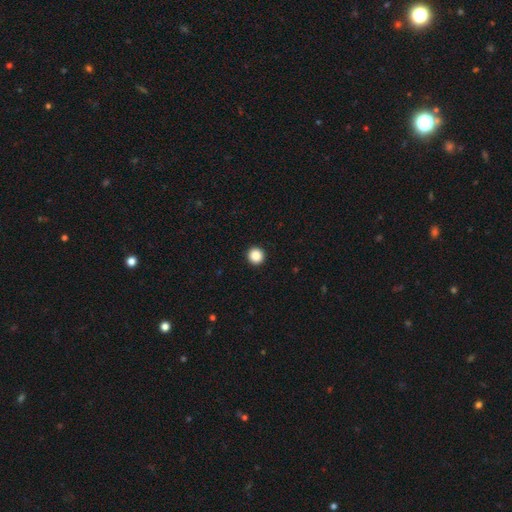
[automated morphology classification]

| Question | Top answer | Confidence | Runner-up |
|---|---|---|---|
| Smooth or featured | smooth | 87% | star or artifact (10%) |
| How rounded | round | 96% | in between (3%) |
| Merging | none | 94% | minor disturbance (4%) |